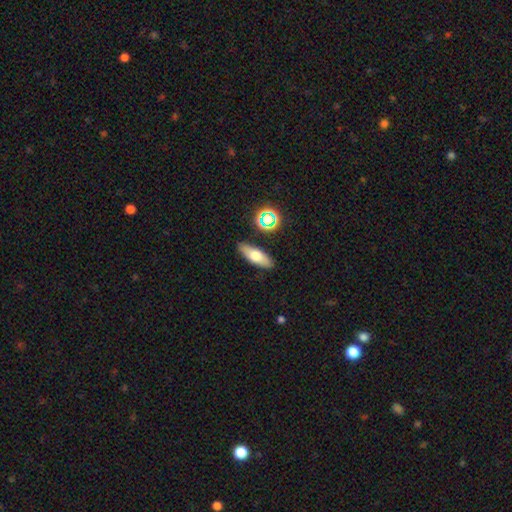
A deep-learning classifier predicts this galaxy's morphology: A smooth galaxy with no disk features (62%) that is in between round and cigar-shaped (59%).

Vote fractions:
- Smooth or featured? smooth: 62% / featured or disk: 28% / star or artifact: 10%
- How rounded? in between: 59% / cigar-shaped: 36% / round: 5%
- Merging? none: 86% / minor disturbance: 9% / merger: 3% / major disturbance: 2%